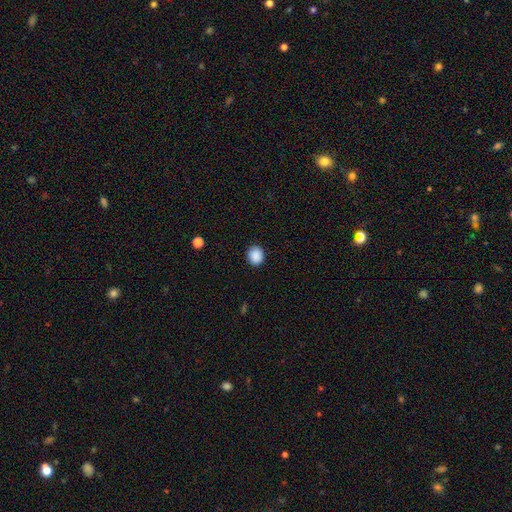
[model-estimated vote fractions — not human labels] Q: Smooth or featured?
A: smooth (89%); runner-up: star or artifact (9%)
Q: How rounded?
A: round (69%); runner-up: in between (31%)
Q: Merging?
A: none (90%); runner-up: minor disturbance (7%)